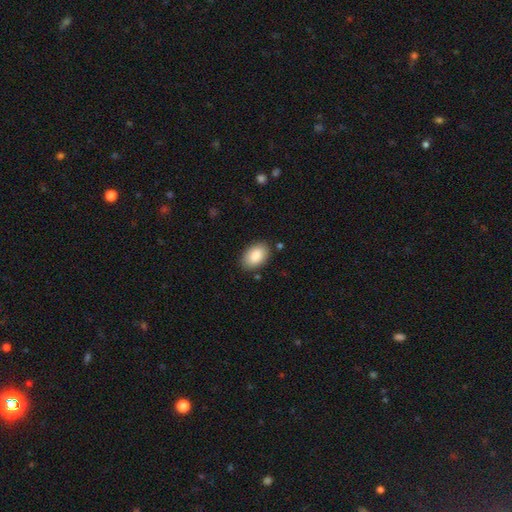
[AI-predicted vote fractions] A smooth galaxy with no disk features (86%) that is in between round and cigar-shaped (92%).

Vote fractions:
- Smooth or featured? smooth: 86% / featured or disk: 8% / star or artifact: 6%
- How rounded? in between: 92% / round: 7% / cigar-shaped: 1%
- Merging? none: 85% / minor disturbance: 11% / major disturbance: 2% / merger: 2%